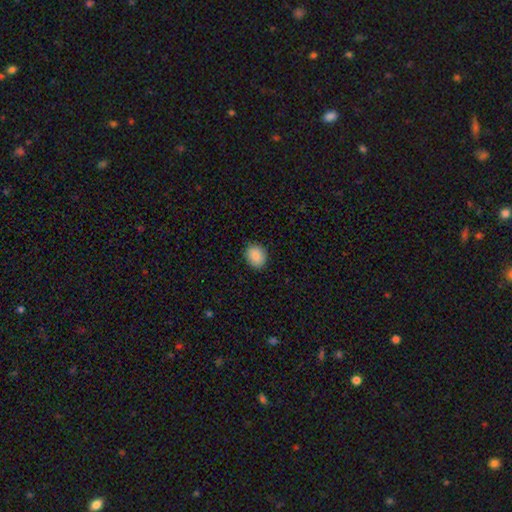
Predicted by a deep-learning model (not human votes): Q: Smooth or featured?
A: smooth (87%); runner-up: star or artifact (8%)
Q: How rounded?
A: round (56%); runner-up: in between (43%)
Q: Merging?
A: none (88%); runner-up: minor disturbance (9%)